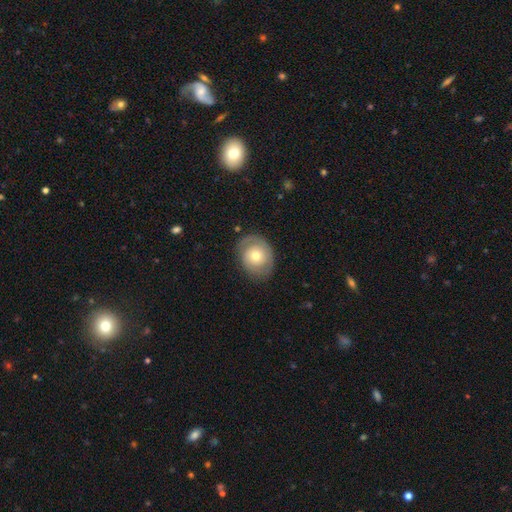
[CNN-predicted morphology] Q: Smooth or featured?
A: featured or disk (49%); runner-up: smooth (44%)
Q: Merging?
A: none (75%); runner-up: minor disturbance (17%)